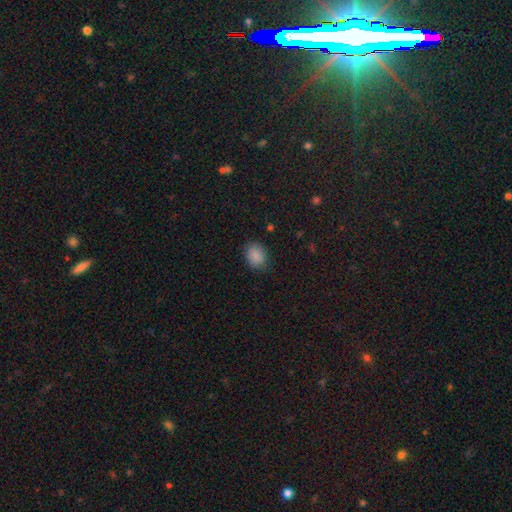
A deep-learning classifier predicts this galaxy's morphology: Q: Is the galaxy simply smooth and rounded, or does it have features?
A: smooth — 87%.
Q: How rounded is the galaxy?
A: in between — 51%.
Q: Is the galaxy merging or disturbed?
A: none — 81%.